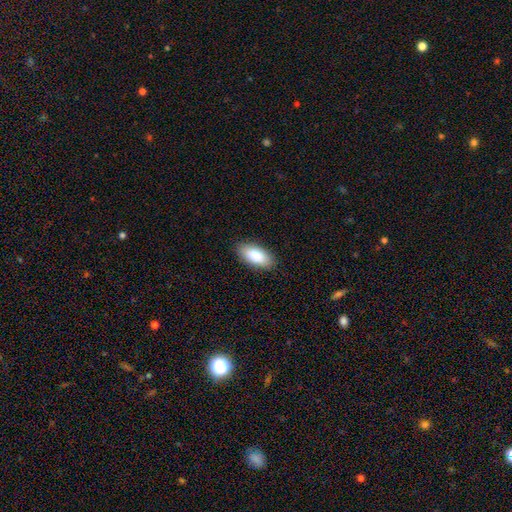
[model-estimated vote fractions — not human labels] Q: Smooth or featured?
A: smooth (89%); runner-up: star or artifact (6%)
Q: How rounded?
A: in between (91%); runner-up: cigar-shaped (7%)
Q: Merging?
A: none (88%); runner-up: minor disturbance (9%)